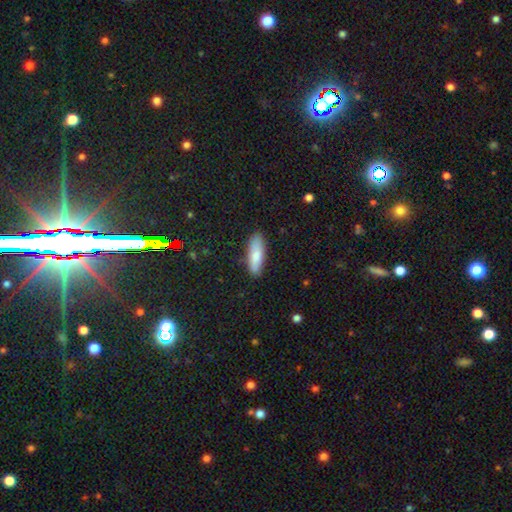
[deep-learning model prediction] Smooth or featured: smooth — 81% (featured or disk — 14%)
How rounded: in between — 53% (cigar-shaped — 45%)
Merging: none — 86% (minor disturbance — 11%)